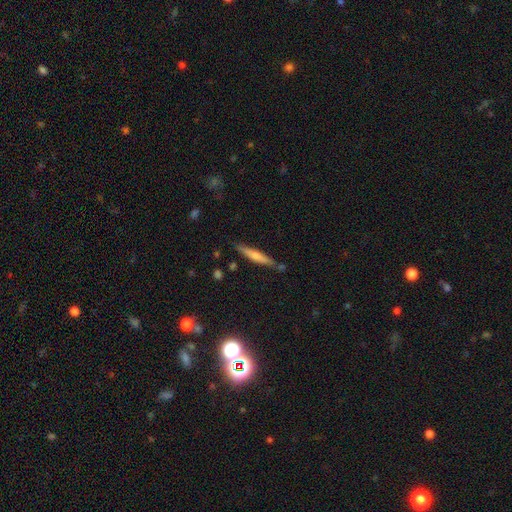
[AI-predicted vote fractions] A smooth galaxy with no disk features (52%) that is cigar-shaped (93%). Merging: none (80%).